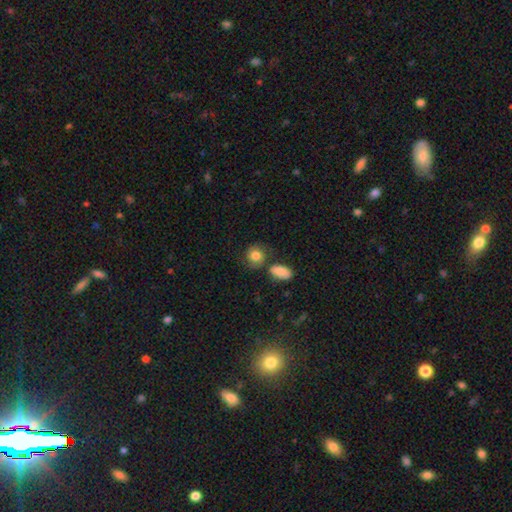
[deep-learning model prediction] Smooth or featured? smooth (75%)
How rounded? round (70%)
Merging? none (61%)